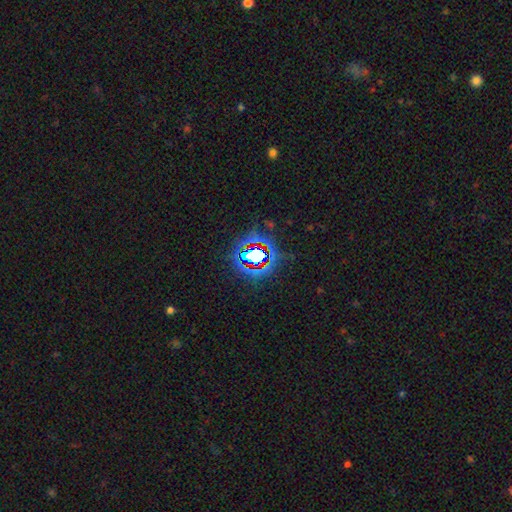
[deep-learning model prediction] A star or artifact, not a galaxy (70%).

Vote fractions:
- Smooth or featured? star or artifact: 70% / smooth: 18% / featured or disk: 13%